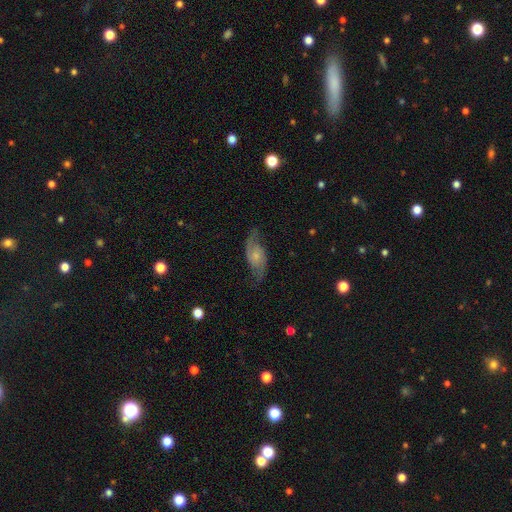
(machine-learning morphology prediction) Smooth or featured? Predicted: featured or disk (p=0.76). Edge-on disk? Predicted: no (p=0.93). Bar? Predicted: no (p=0.65). Spiral arms? Predicted: yes (p=0.93). Spiral winding? Predicted: loose (p=0.53). Spiral arm count? Predicted: 2 (p=0.90). Bulge size? Predicted: small (p=0.57). Merging? Predicted: none (p=0.72).